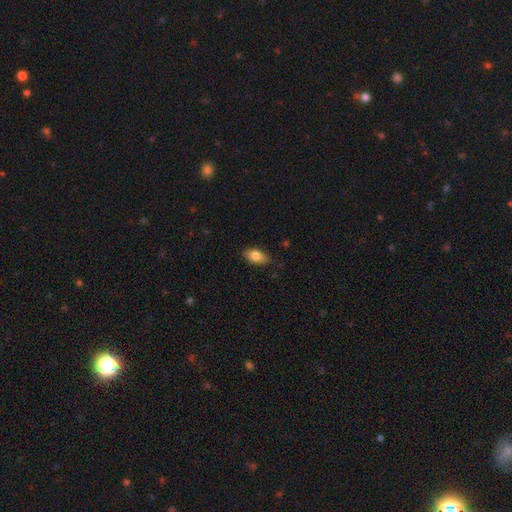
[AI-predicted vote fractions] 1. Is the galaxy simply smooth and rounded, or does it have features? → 81% smooth, 12% featured or disk, 7% star or artifact.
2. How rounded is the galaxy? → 89% in between, 6% round, 5% cigar-shaped.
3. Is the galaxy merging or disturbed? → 81% none, 15% minor disturbance, 3% major disturbance, 1% merger.